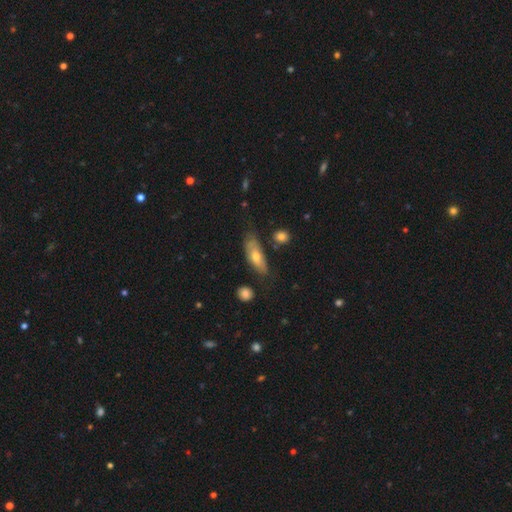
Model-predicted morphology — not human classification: A smooth galaxy with no disk features (57%) that is in between round and cigar-shaped (63%). Merging: none (65%).